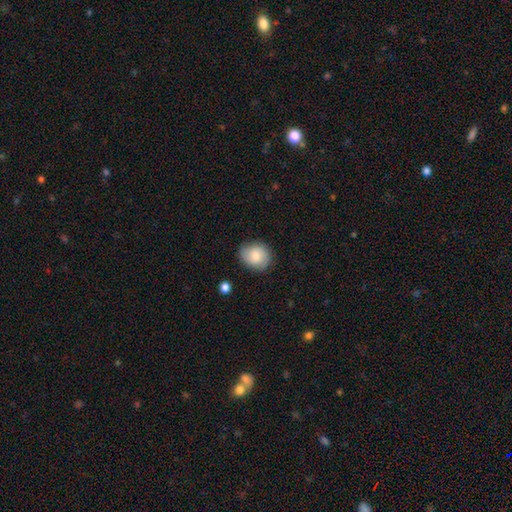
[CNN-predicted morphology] Smooth or featured? Predicted: smooth (p=0.77). How rounded? Predicted: round (p=0.66). Merging? Predicted: none (p=0.79).